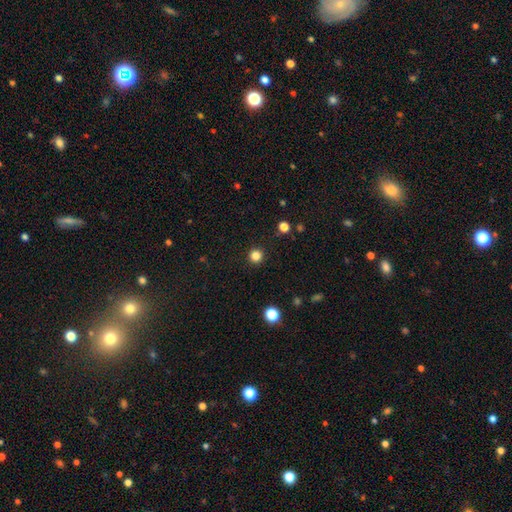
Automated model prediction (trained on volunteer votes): Q: Smooth or featured?
A: smooth (83%); runner-up: star or artifact (13%)
Q: How rounded?
A: round (96%); runner-up: in between (3%)
Q: Merging?
A: none (93%); runner-up: minor disturbance (4%)